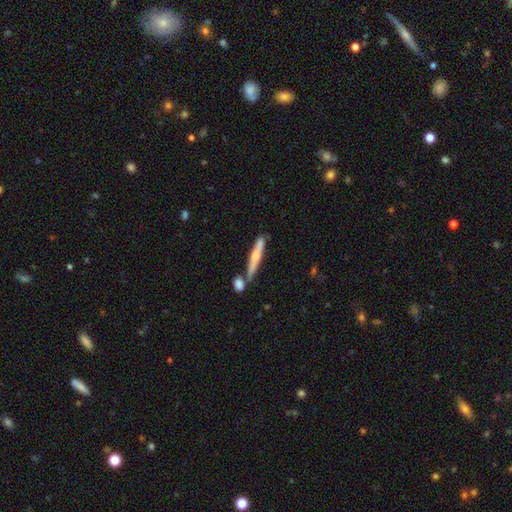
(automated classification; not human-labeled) Overall: smooth (56%; featured or disk 38%). How rounded: cigar-shaped (92%). Merging: none (60%).